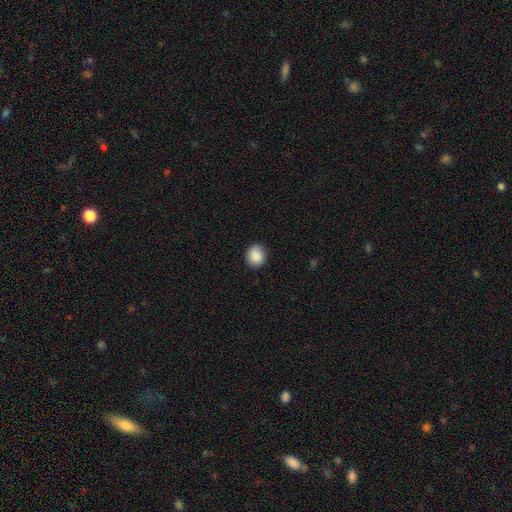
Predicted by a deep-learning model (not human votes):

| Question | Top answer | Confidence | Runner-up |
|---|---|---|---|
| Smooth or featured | smooth | 89% | star or artifact (8%) |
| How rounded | round | 79% | in between (20%) |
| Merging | none | 90% | minor disturbance (7%) |